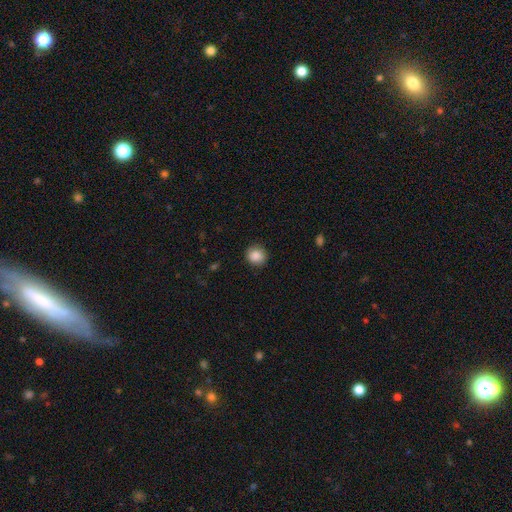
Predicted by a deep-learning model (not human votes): Morphology: type=smooth (88%); roundness=round (84%); merging=none (88%).